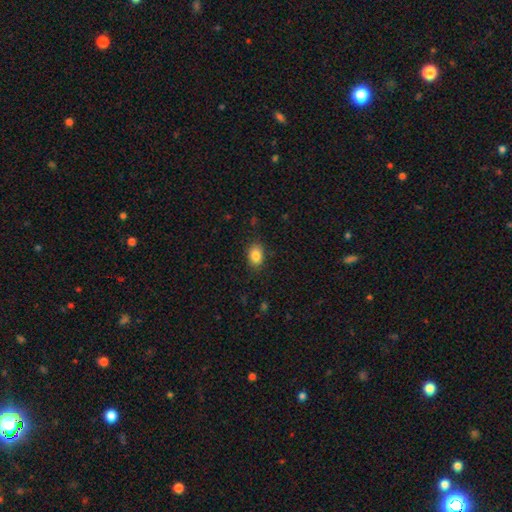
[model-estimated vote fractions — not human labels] This appears to be a smooth galaxy with no disk features (86%) that is in between round and cigar-shaped (79%). Merging: none (85%).